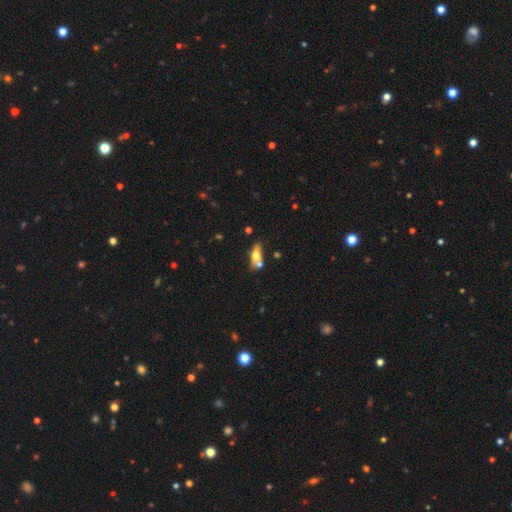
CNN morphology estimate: Smooth or featured?
  - smooth: 50% *
  - featured or disk: 42%
  - star or artifact: 8%
How rounded?
  - in between: 62% *
  - cigar-shaped: 31%
  - round: 6%
Merging?
  - none: 51% *
  - merger: 31%
  - minor disturbance: 13%
  - major disturbance: 5%